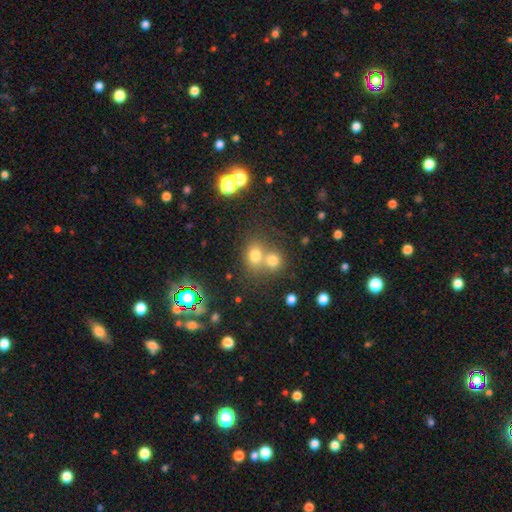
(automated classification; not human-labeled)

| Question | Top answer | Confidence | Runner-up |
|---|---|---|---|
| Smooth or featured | smooth | 68% | star or artifact (20%) |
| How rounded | round | 63% | in between (36%) |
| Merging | merger | 51% | none (39%) |